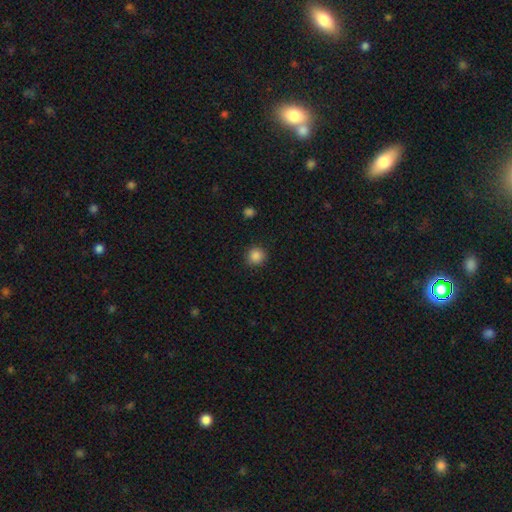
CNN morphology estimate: Smooth or featured? Predicted: smooth (p=0.86). How rounded? Predicted: round (p=0.93). Merging? Predicted: none (p=0.90).